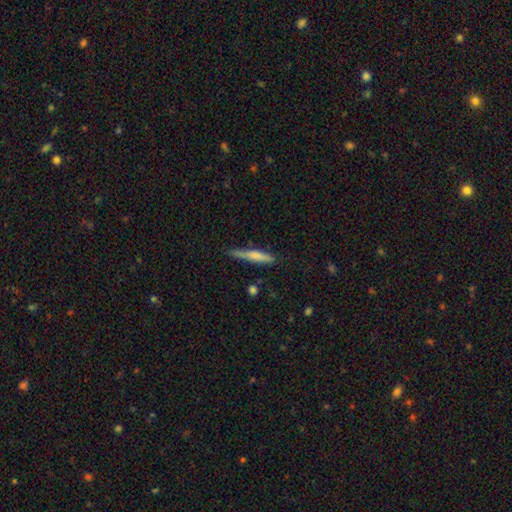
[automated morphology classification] This appears to be a smooth galaxy with no disk features (64%) that is cigar-shaped (91%). Merging: none (69%).